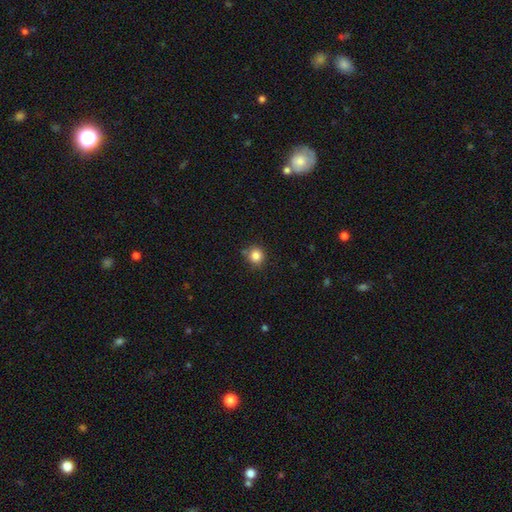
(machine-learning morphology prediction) Smooth or featured? Predicted: smooth (p=0.84). How rounded? Predicted: round (p=0.89). Merging? Predicted: none (p=0.81).